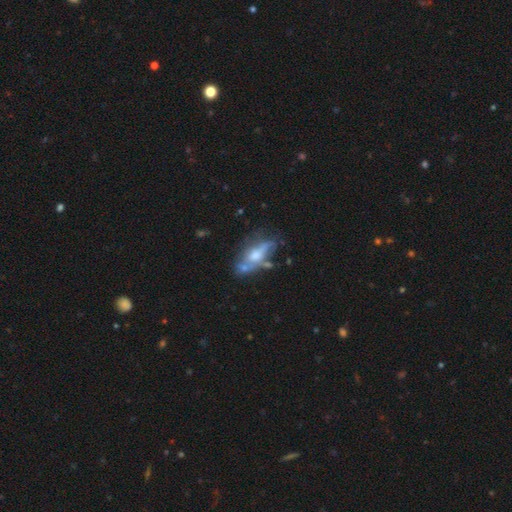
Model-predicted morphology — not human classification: smooth-or-featured: featured or disk: 63% | smooth: 28% | star or artifact: 9%
  disk-edge-on: no: 68% | yes: 32%
  merging: none: 46% | minor disturbance: 24% | major disturbance: 16% | merger: 14%